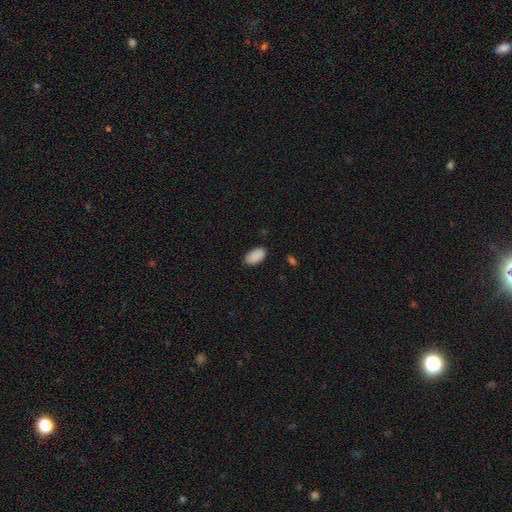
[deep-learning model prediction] smooth_or_featured: smooth (p=0.90) [alt: star or artifact p=0.07]
how_rounded: in between (p=0.95) [alt: round p=0.03]
merging: none (p=0.85) [alt: minor disturbance p=0.12]